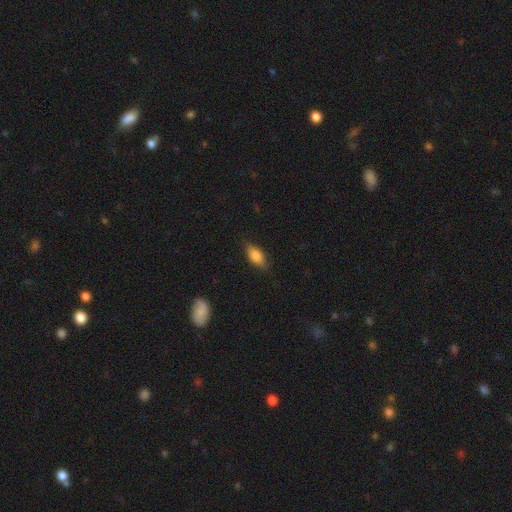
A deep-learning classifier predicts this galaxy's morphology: Q: Smooth or featured?
A: smooth (80%); runner-up: featured or disk (12%)
Q: How rounded?
A: in between (85%); runner-up: cigar-shaped (11%)
Q: Merging?
A: none (80%); runner-up: minor disturbance (15%)